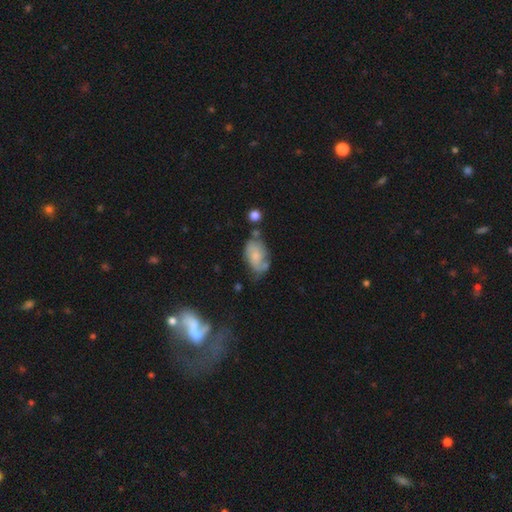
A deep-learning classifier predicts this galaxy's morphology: smooth_or_featured: featured or disk (p=0.48) [alt: smooth p=0.44]
merging: none (p=0.48) [alt: minor disturbance p=0.30]